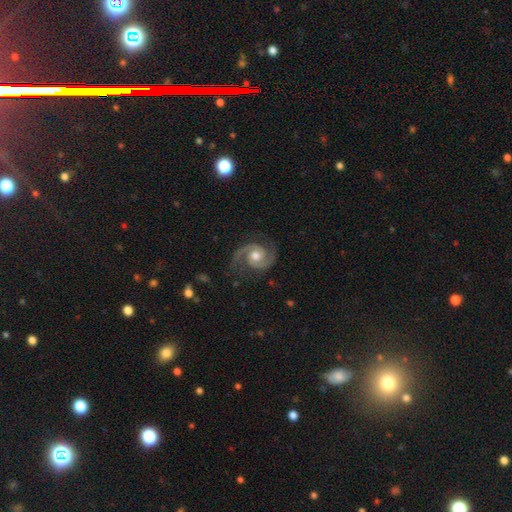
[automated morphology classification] A featured or disk galaxy (92%) with no bar (67%), 2 (94%) medium (56%) spiral arms (98%) and a moderate central bulge (75%). Merging: none (81%).